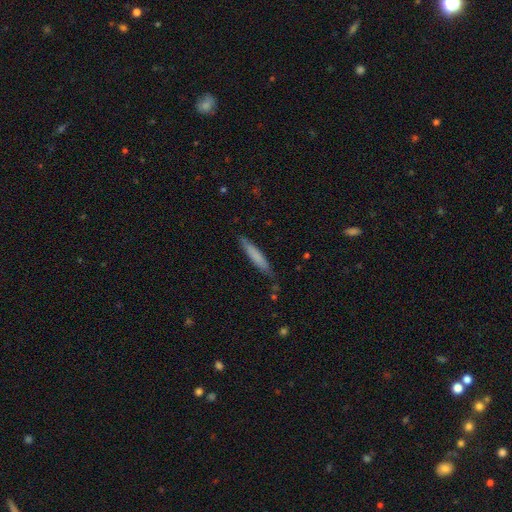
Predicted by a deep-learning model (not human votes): Morphology: type=smooth (74%); roundness=cigar-shaped (92%); merging=none (82%).